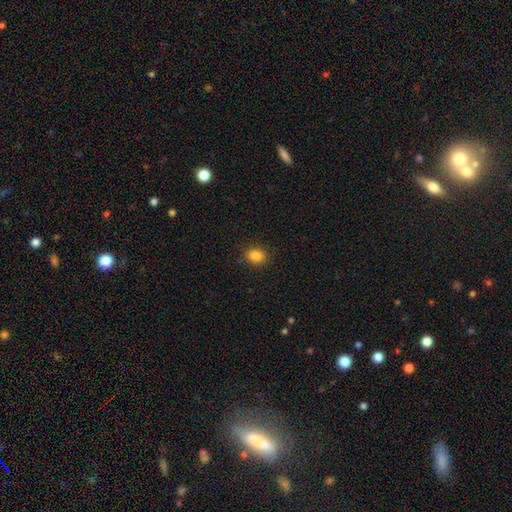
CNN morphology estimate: This appears to be a smooth galaxy with no disk features (85%) that is in between round and cigar-shaped (53%). Merging: none (89%).